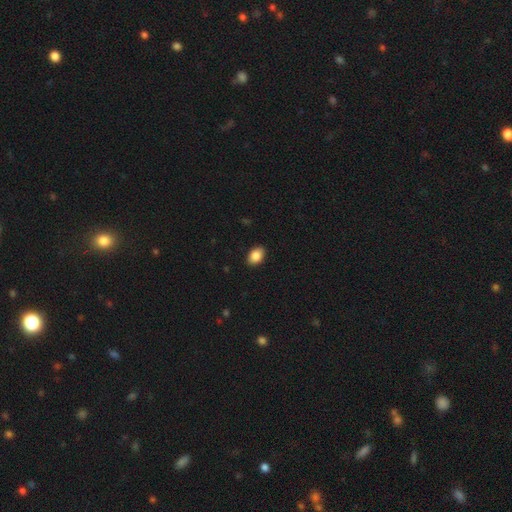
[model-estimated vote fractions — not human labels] Morphology: type=smooth (87%); roundness=in between (83%); merging=none (90%).